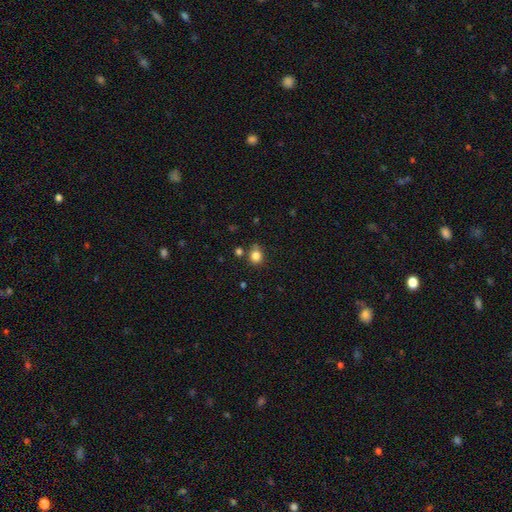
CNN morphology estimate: The model was most divided on "how rounded": round: 74%, in between: 25%, cigar-shaped: 1%. More confident: smooth or featured — smooth (83%); merging — none (74%).